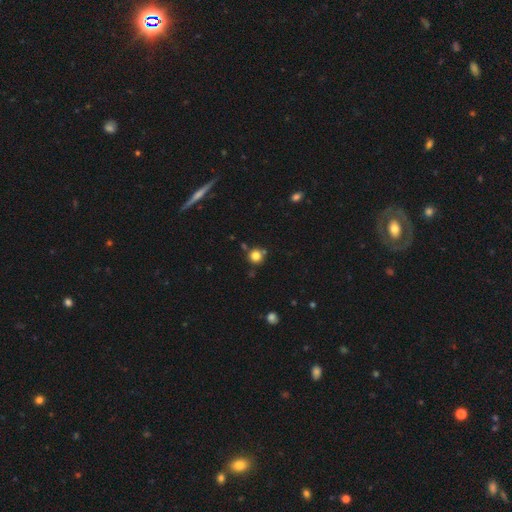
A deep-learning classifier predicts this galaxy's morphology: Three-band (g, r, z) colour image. It shows a smooth galaxy with no disk features (80%) that is round (93%). Merging: none (77%).